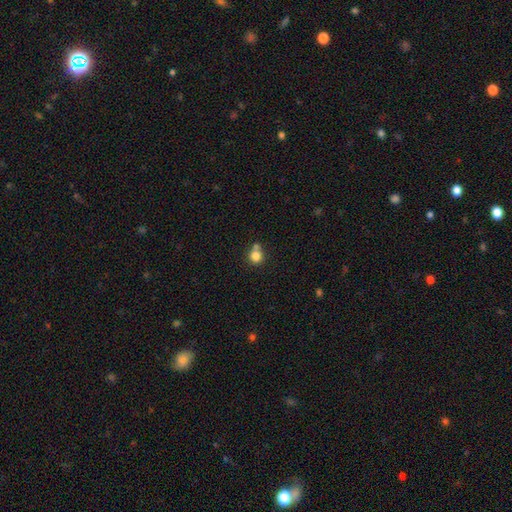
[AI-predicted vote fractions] A smooth galaxy with no disk features (81%) that is round (84%). Merging: none (52%).